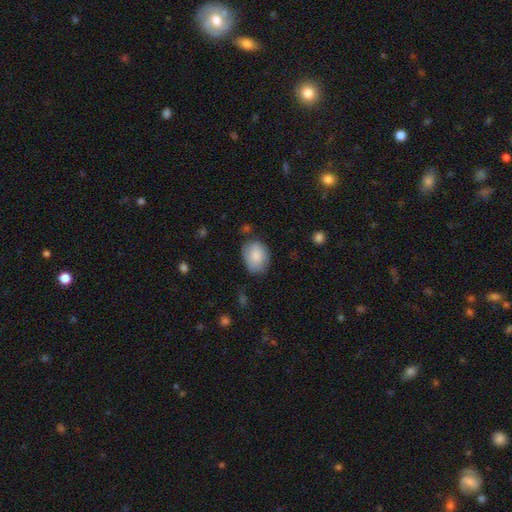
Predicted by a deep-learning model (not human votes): smooth 83%, featured or disk 10%, star or artifact 7%. Down the decision tree: how rounded — in between (66%); merging — none (69%).